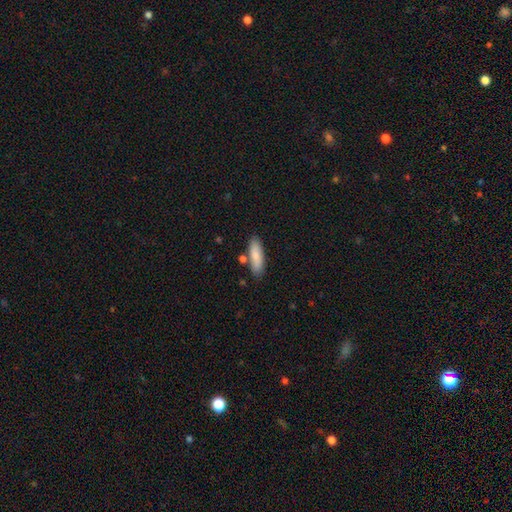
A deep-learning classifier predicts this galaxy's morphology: Smooth or featured? smooth (84%)
How rounded? in between (52%)
Merging? none (78%)